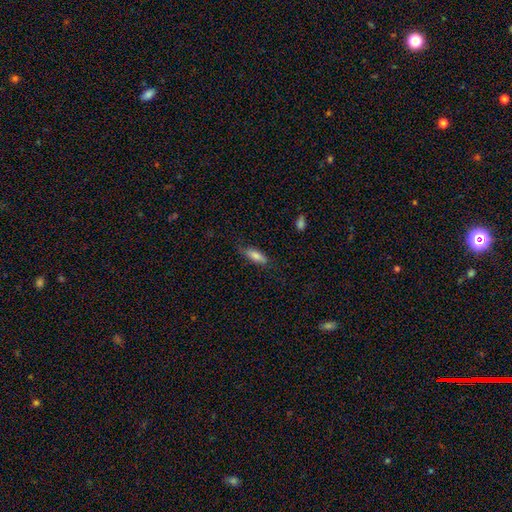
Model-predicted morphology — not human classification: This appears to be a smooth galaxy with no disk features (80%) that is in between round and cigar-shaped (60%). Merging: none (70%).